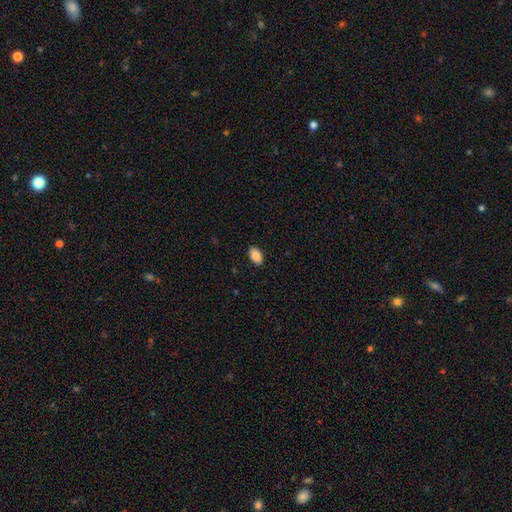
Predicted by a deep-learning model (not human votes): Q: Smooth or featured?
A: smooth (86%); runner-up: star or artifact (7%)
Q: How rounded?
A: in between (92%); runner-up: round (7%)
Q: Merging?
A: none (89%); runner-up: minor disturbance (8%)